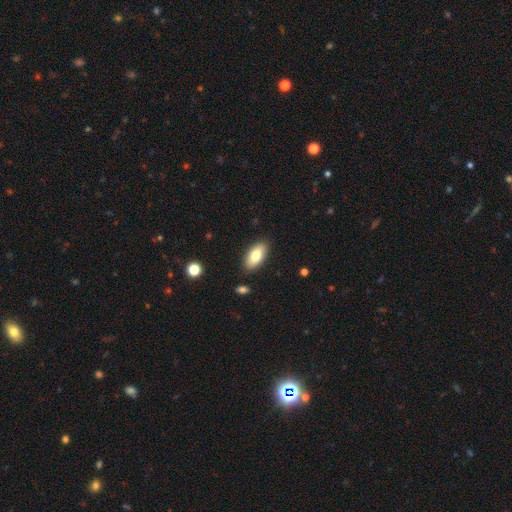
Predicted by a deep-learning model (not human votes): Smooth or featured? Predicted: smooth (p=0.79). How rounded? Predicted: in between (p=0.91). Merging? Predicted: none (p=0.87).